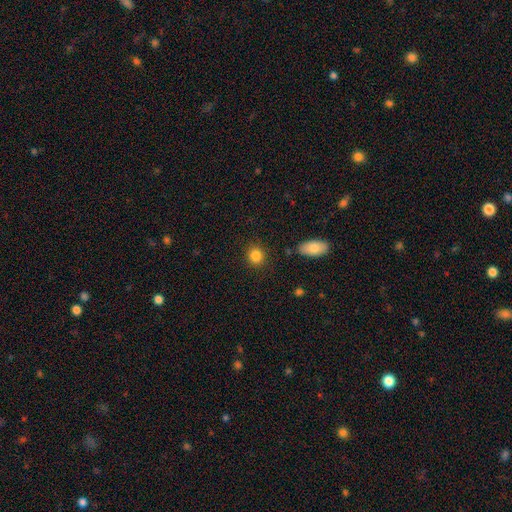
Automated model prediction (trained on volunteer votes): smooth 86%, star or artifact 10%, featured or disk 5%. Down the decision tree: how rounded — round (82%); merging — none (87%).